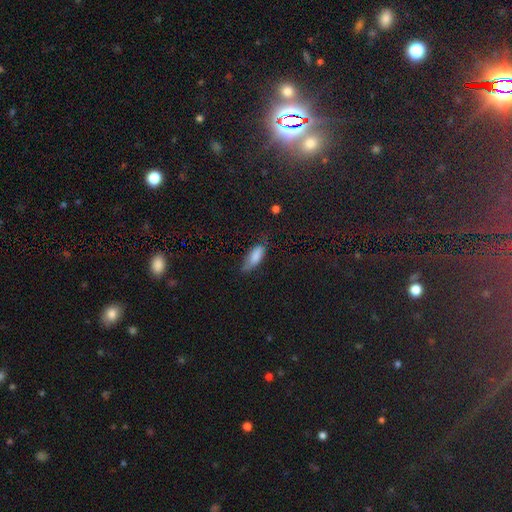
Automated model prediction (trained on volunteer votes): The model was most divided on "merging": none: 57%, minor disturbance: 32%, major disturbance: 9%, merger: 2%. More confident: smooth or featured — smooth (80%); how rounded — in between (74%).